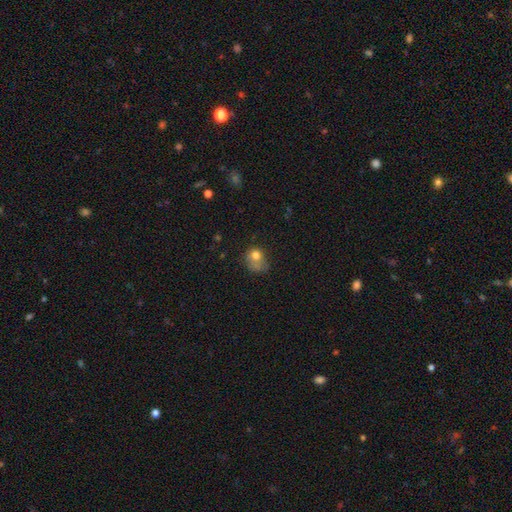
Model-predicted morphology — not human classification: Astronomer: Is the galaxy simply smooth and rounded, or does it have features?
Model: smooth — 71%.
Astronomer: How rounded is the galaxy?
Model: round — 59% (runner-up: in between, 40%).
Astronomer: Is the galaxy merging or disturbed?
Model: none — 30%, tied with major disturbance at 30%.